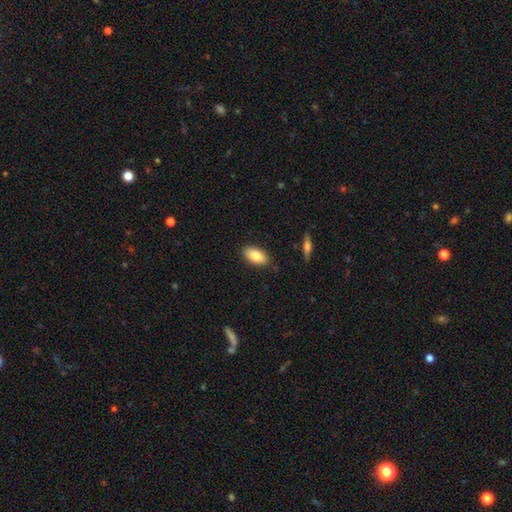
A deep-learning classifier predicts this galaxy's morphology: A smooth galaxy with no disk features (82%) that is in between round and cigar-shaped (92%).

Vote fractions:
- Smooth or featured? smooth: 82% / featured or disk: 11% / star or artifact: 7%
- How rounded? in between: 92% / cigar-shaped: 4% / round: 3%
- Merging? none: 87% / minor disturbance: 9% / major disturbance: 2% / merger: 2%